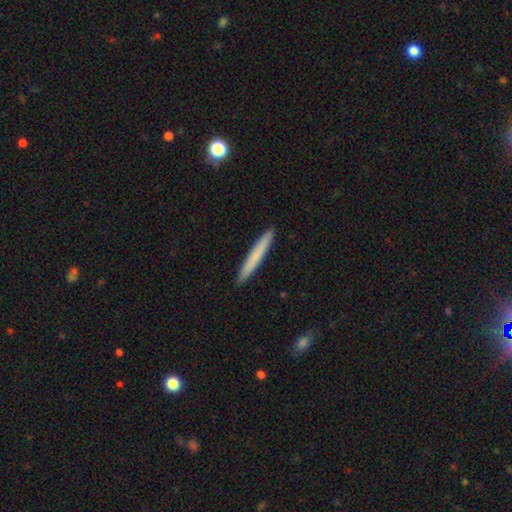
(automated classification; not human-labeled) Smooth or featured? Predicted: smooth (p=0.73). How rounded? Predicted: cigar-shaped (p=0.97). Merging? Predicted: none (p=0.93).